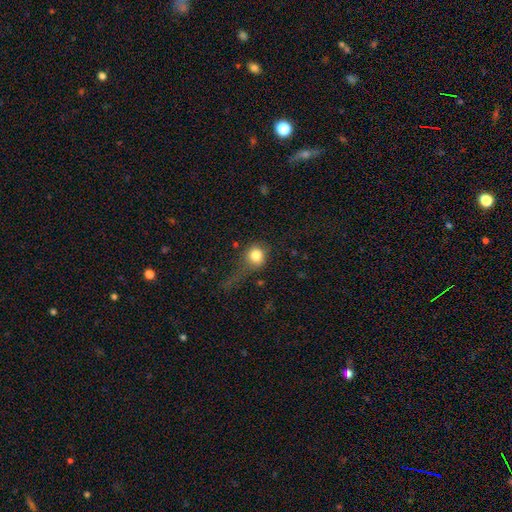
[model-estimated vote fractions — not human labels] Smooth or featured?
  - smooth: 80% *
  - star or artifact: 10%
  - featured or disk: 10%
How rounded?
  - round: 82% *
  - in between: 17%
  - cigar-shaped: 2%
Merging?
  - none: 43% *
  - major disturbance: 30%
  - minor disturbance: 23%
  - merger: 5%